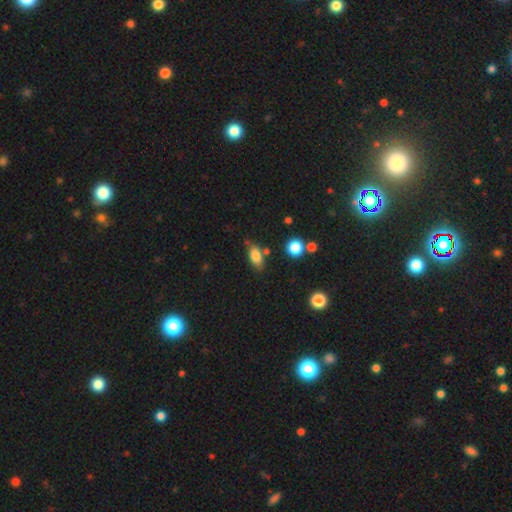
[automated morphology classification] Smooth or featured? smooth (82%)
How rounded? in between (85%)
Merging? none (72%)